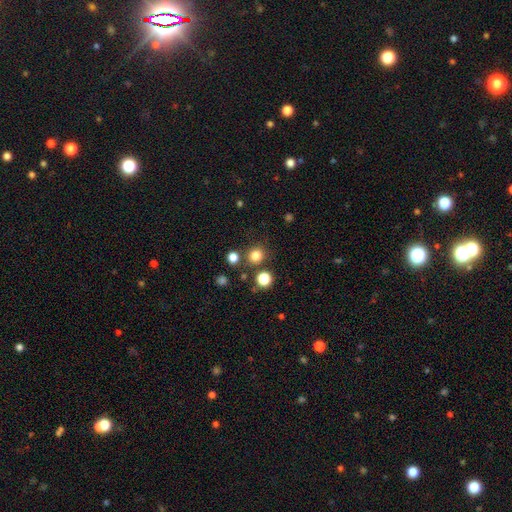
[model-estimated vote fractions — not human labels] Morphology: type=smooth (79%); roundness=round (89%); merging=none (82%).